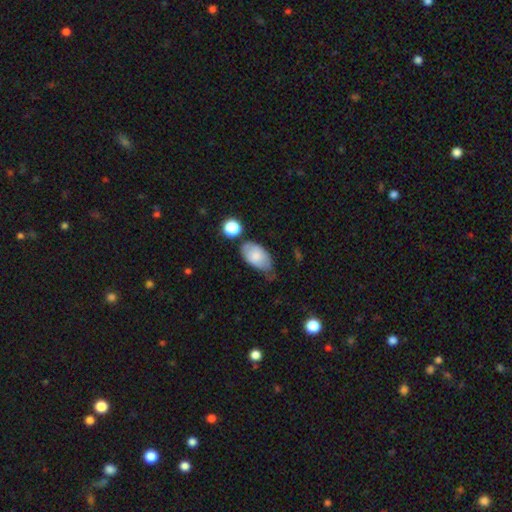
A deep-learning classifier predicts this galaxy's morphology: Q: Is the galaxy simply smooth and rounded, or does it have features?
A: smooth — 79%.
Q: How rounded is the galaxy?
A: in between — 93%.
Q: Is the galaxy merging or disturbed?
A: none — 43%.